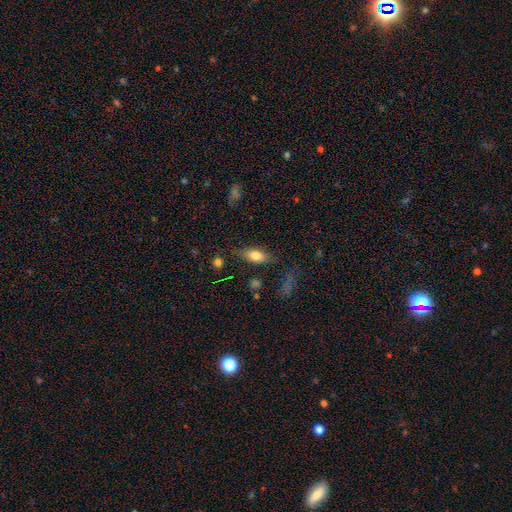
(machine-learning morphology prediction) This is likely a smooth galaxy (73%). How rounded: likely in between (78%). Merging: likely none (77%).